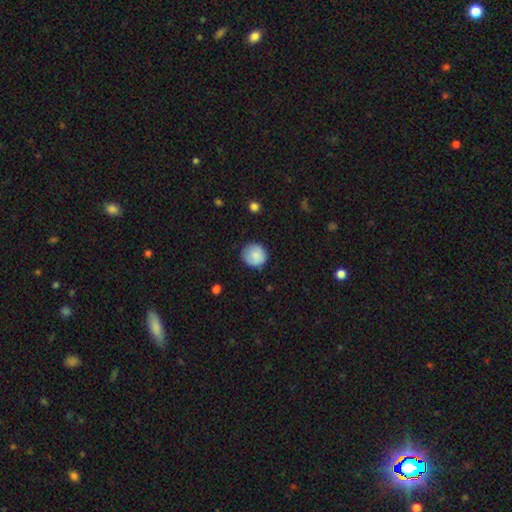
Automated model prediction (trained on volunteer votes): This appears to be a smooth galaxy with no disk features (86%) that is round (89%). Merging: none (83%).